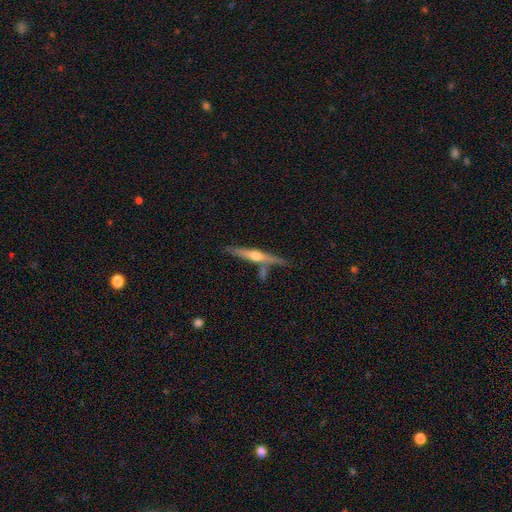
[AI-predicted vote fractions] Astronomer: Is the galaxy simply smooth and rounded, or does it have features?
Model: featured or disk — 69%.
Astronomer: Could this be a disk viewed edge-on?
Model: yes — 97%.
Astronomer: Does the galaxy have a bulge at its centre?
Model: rounded — 89%.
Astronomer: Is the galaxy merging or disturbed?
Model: none — 71%.